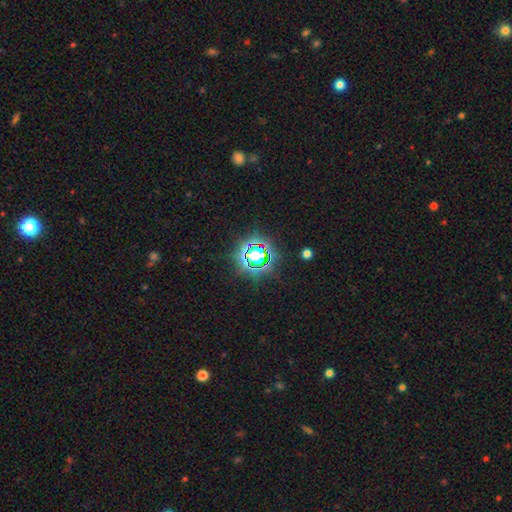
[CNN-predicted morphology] star or artifact 69%, smooth 20%, featured or disk 11%.